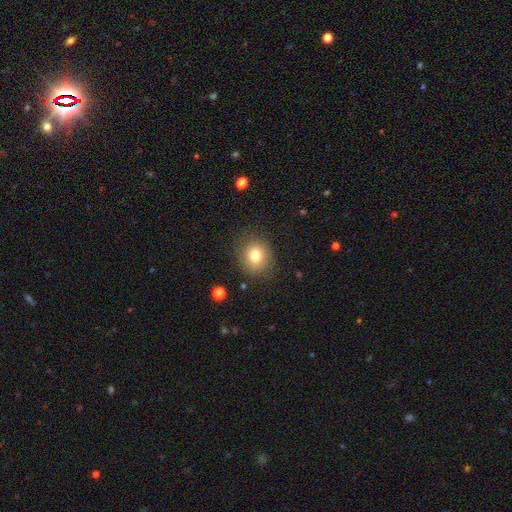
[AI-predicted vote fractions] A smooth galaxy with no disk features (79%) that is round (74%). Merging: none (84%).